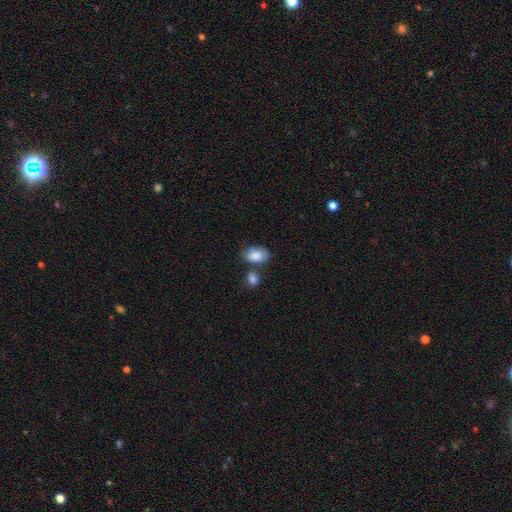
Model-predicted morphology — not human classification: The model was most divided on "merging": none: 56%, minor disturbance: 20%, merger: 19%, major disturbance: 5%. More confident: how rounded — in between (90%); smooth or featured — smooth (86%).